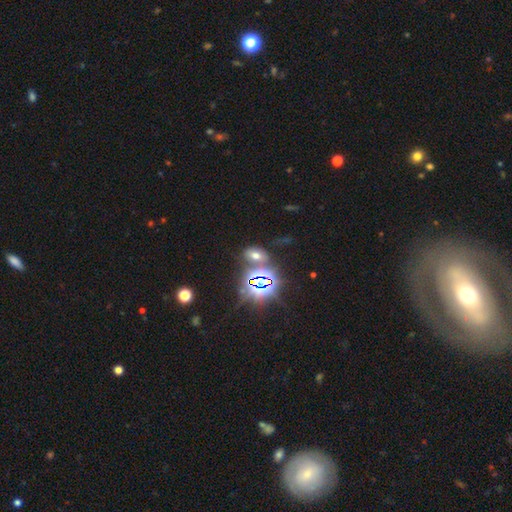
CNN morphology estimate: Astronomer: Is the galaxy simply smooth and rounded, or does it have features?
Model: smooth — 44%, tied with star or artifact at 44%.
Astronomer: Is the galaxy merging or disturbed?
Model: none — 66%.